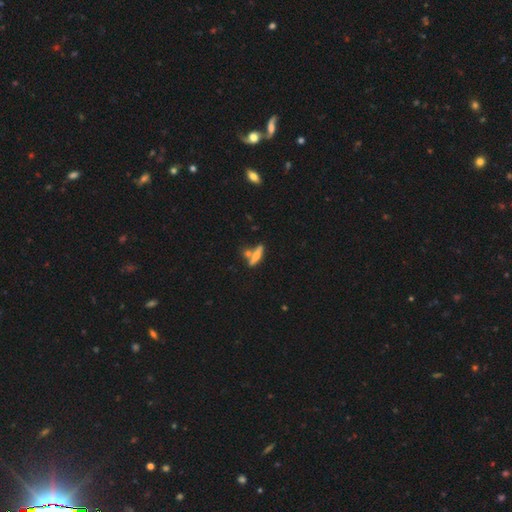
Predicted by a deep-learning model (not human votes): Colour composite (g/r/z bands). It shows a featured or disk galaxy (46%). Merging: none (61%).